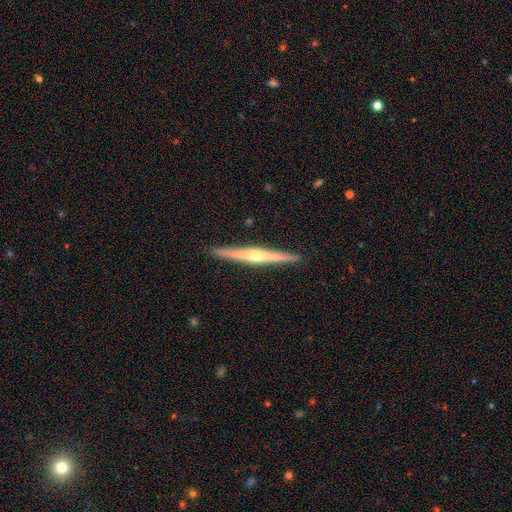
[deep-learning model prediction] The model was most divided on "smooth or featured": featured or disk: 77%, smooth: 18%, star or artifact: 5%. More confident: edge-on disk — yes (98%); merging — none (92%); edge-on bulge — rounded (83%).